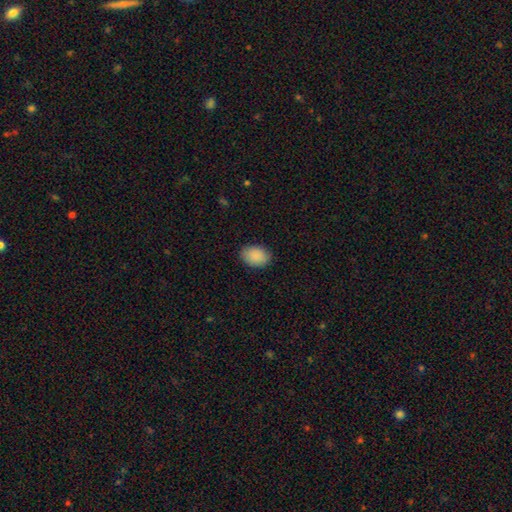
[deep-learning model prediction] This is clearly a smooth galaxy (90%). How rounded: likely in between (78%). Merging: clearly none (86%).